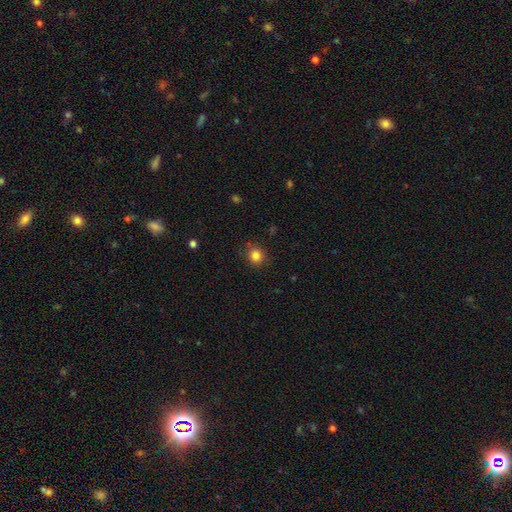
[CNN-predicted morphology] smooth-or-featured: smooth: 83% | star or artifact: 12% | featured or disk: 5%
  how-rounded: round: 85% | in between: 15% | cigar-shaped: 1%
  merging: none: 86% | minor disturbance: 10% | major disturbance: 3% | merger: 1%